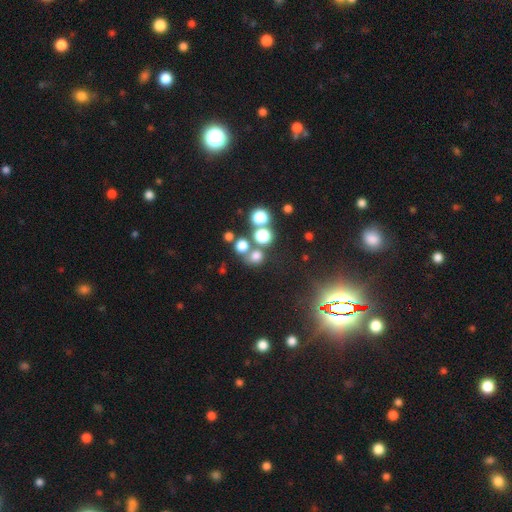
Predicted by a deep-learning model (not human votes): Smooth or featured? smooth (68%)
How rounded? round (86%)
Merging? none (64%)